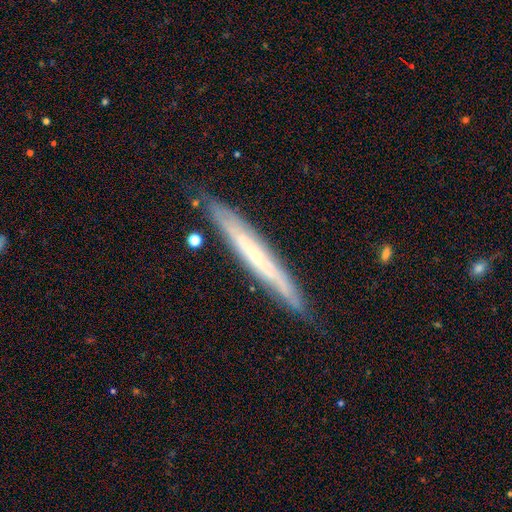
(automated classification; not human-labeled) Q: Smooth or featured?
A: featured or disk (62%); runner-up: smooth (32%)
Q: Edge-on disk?
A: yes (86%); runner-up: no (14%)
Q: Edge-on bulge?
A: none (65%); runner-up: rounded (30%)
Q: Merging?
A: none (84%); runner-up: minor disturbance (13%)